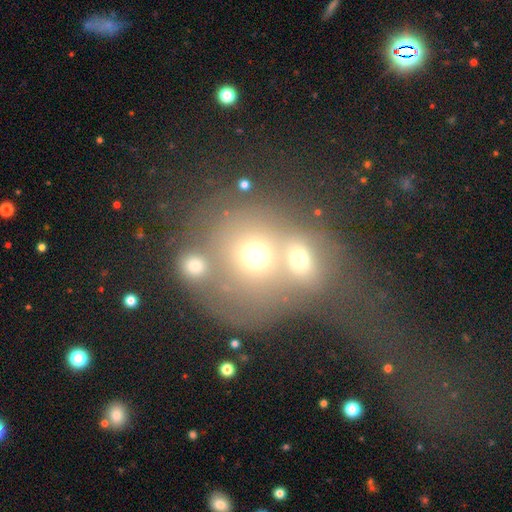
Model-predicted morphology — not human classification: Smooth or featured: smooth — 53% (featured or disk — 28%)
How rounded: round — 76% (in between — 23%)
Merging: merger — 71% (none — 14%)